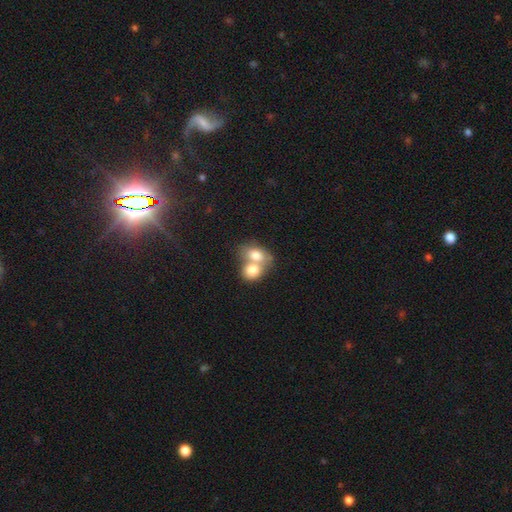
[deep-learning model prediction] A smooth galaxy with no disk features (75%) that is in between round and cigar-shaped (64%). Merging: merger (74%).